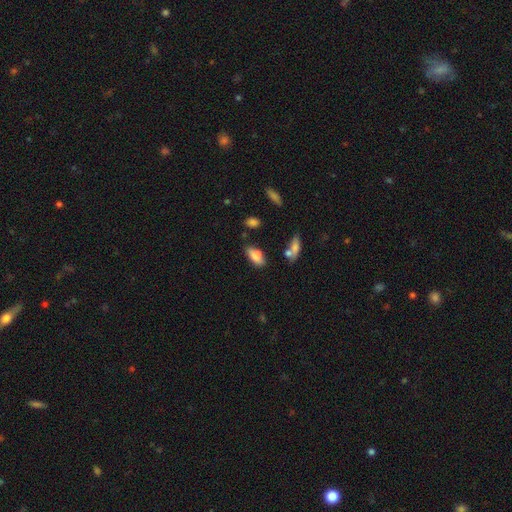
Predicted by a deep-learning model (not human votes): Smooth or featured: smooth — 79% (featured or disk — 12%)
How rounded: in between — 85% (cigar-shaped — 12%)
Merging: none — 59% (minor disturbance — 24%)